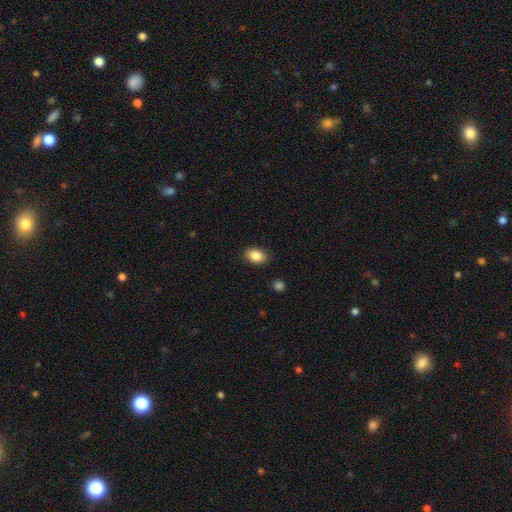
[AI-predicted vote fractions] smooth-or-featured: smooth: 87% | star or artifact: 8% | featured or disk: 5%
  how-rounded: in between: 76% | round: 23% | cigar-shaped: 1%
  merging: none: 85% | minor disturbance: 11% | major disturbance: 3% | merger: 1%